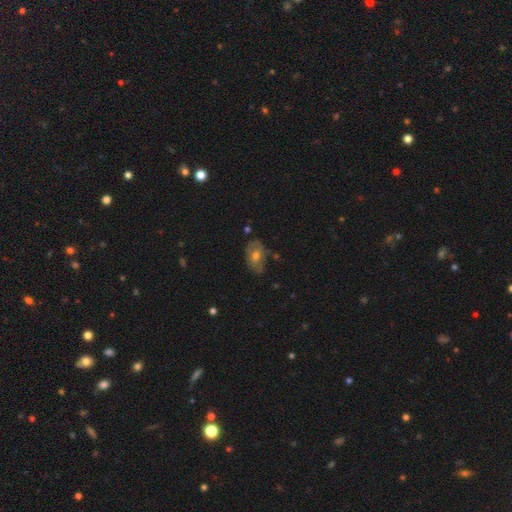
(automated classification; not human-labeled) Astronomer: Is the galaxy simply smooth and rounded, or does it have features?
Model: smooth — 51% (runner-up: featured or disk, 40%).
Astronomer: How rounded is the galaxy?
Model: in between — 86%.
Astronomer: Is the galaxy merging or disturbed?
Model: none — 59%.